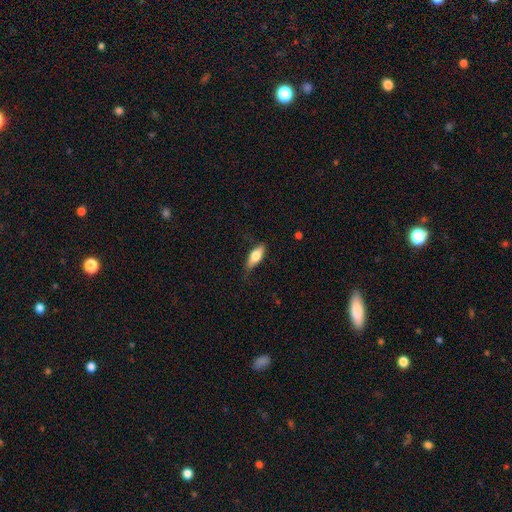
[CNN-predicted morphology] Smooth or featured? Predicted: smooth (p=0.70). How rounded? Predicted: in between (p=0.71). Merging? Predicted: none (p=0.69).